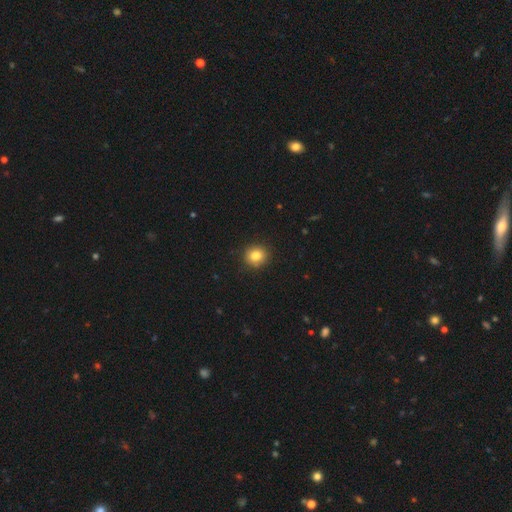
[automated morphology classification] A smooth galaxy with no disk features (83%) that is round (87%).

Vote fractions:
- Smooth or featured? smooth: 83% / star or artifact: 11% / featured or disk: 6%
- How rounded? round: 87% / in between: 12% / cigar-shaped: 1%
- Merging? none: 90% / minor disturbance: 7% / major disturbance: 2% / merger: 1%